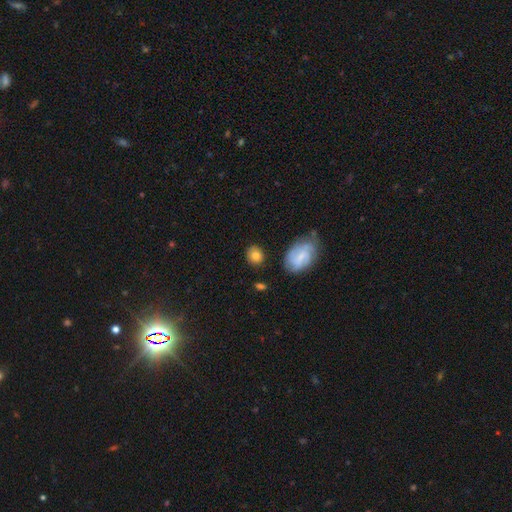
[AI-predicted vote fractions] Q: Smooth or featured?
A: smooth (74%); runner-up: featured or disk (18%)
Q: How rounded?
A: round (74%); runner-up: in between (25%)
Q: Merging?
A: none (81%); runner-up: minor disturbance (11%)